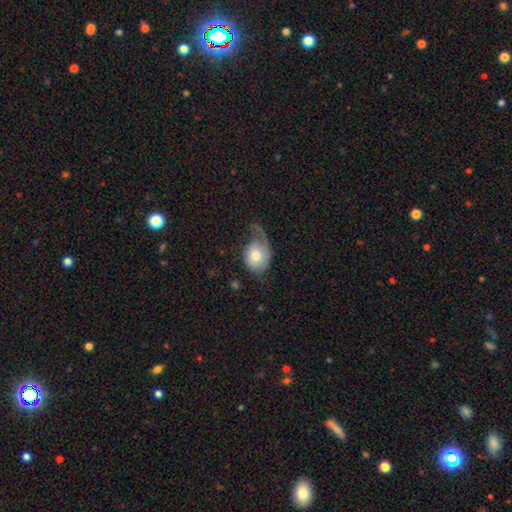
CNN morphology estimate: A smooth galaxy with no disk features (56%) that is in between round and cigar-shaped (68%).

Vote fractions:
- Smooth or featured? smooth: 56% / featured or disk: 38% / star or artifact: 6%
- How rounded? in between: 68% / round: 31% / cigar-shaped: 1%
- Merging? major disturbance: 42% / minor disturbance: 29% / none: 26% / merger: 3%